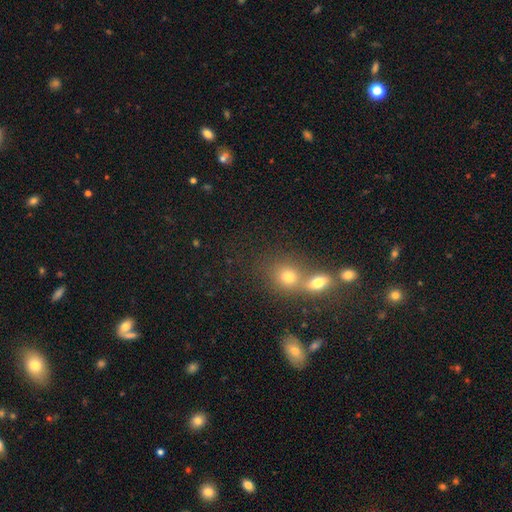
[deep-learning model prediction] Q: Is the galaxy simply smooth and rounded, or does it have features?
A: smooth — 53%.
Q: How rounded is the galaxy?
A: round — 78%.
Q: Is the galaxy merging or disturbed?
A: none — 55%.